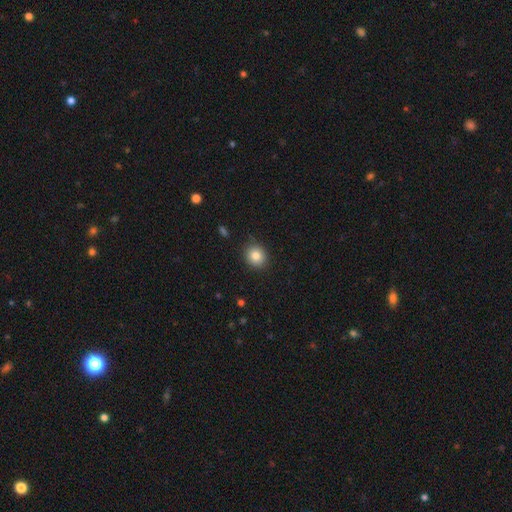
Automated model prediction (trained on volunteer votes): Smooth or featured?
  - smooth: 82% *
  - star or artifact: 10%
  - featured or disk: 8%
How rounded?
  - round: 79% *
  - in between: 20%
  - cigar-shaped: 1%
Merging?
  - none: 85% *
  - minor disturbance: 11%
  - major disturbance: 2%
  - merger: 1%